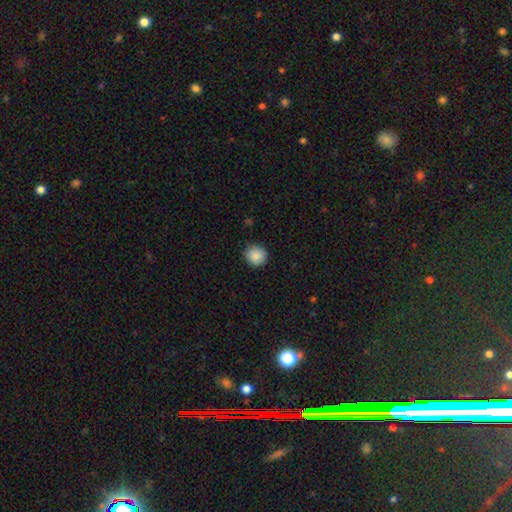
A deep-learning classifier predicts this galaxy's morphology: Overall: smooth (88%). How rounded: round (92%). Merging: none (89%).